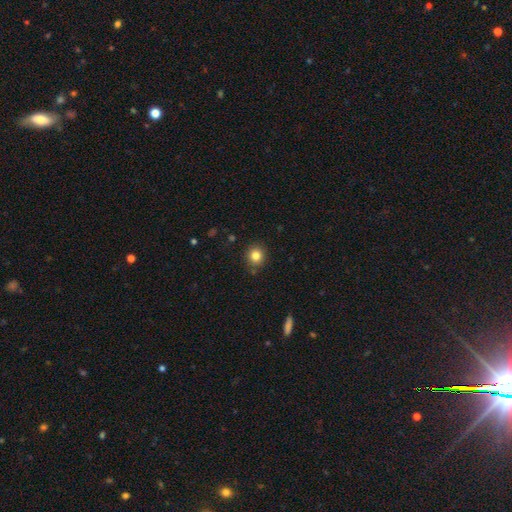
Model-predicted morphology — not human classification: Smooth or featured?
  - smooth: 83% *
  - star or artifact: 11%
  - featured or disk: 6%
How rounded?
  - round: 86% *
  - in between: 13%
  - cigar-shaped: 1%
Merging?
  - none: 88% *
  - minor disturbance: 8%
  - major disturbance: 2%
  - merger: 2%